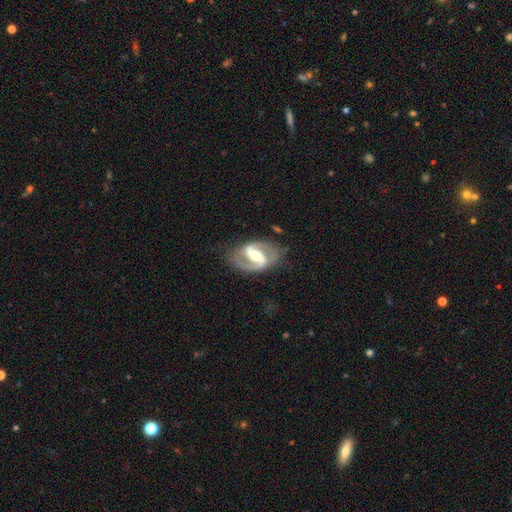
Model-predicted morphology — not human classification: This appears to be a featured or disk galaxy (91%) with a strong bar (54%), 2 (93%) medium (58%) spiral arms (96%) and a moderate central bulge (72%). Merging: none (77%).